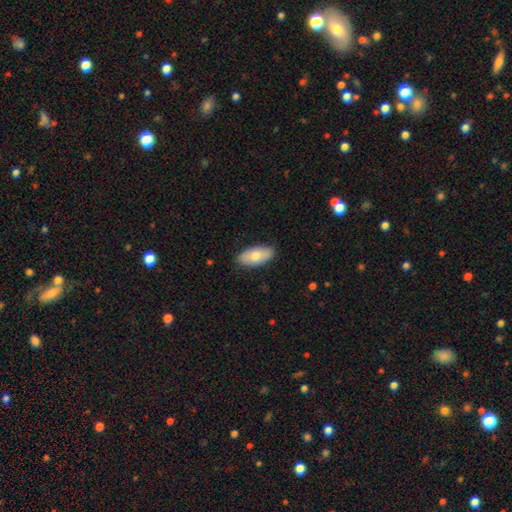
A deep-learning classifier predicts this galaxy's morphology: A smooth galaxy with no disk features (74%) that is in between round and cigar-shaped (92%). Merging: none (85%).